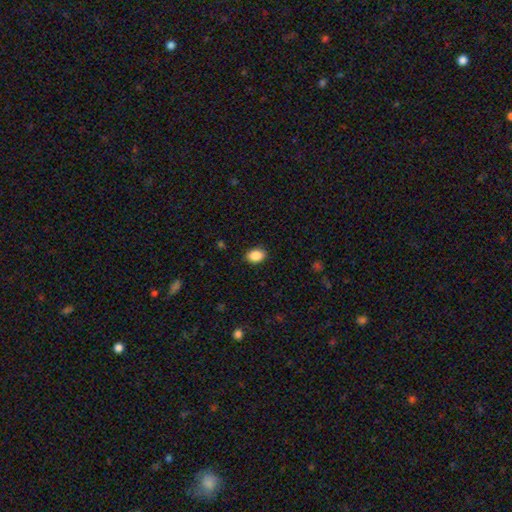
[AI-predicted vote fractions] smooth 88%, star or artifact 8%, featured or disk 4%. Down the decision tree: how rounded — in between (76%); merging — none (88%).